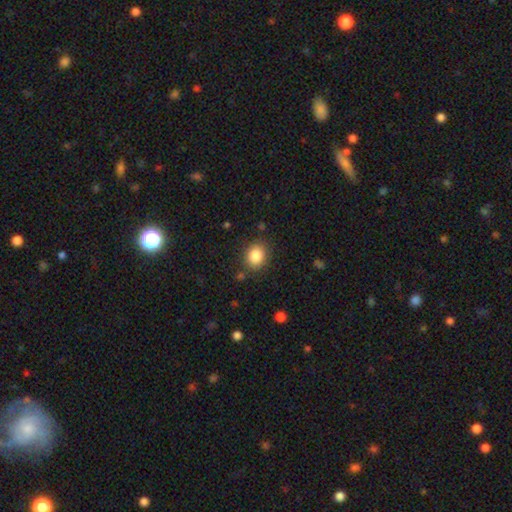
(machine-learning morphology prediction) Smooth or featured: smooth — 85% (star or artifact — 9%)
How rounded: round — 56% (in between — 43%)
Merging: none — 84% (minor disturbance — 11%)